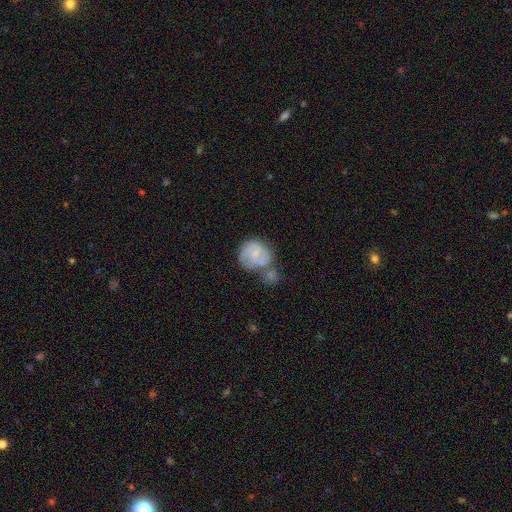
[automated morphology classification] The model was most divided on "merging": merger: 41%, none: 32%, minor disturbance: 17%, major disturbance: 10%. More confident: edge-on disk — no (98%); spiral arms — yes (83%); bulge size — small (63%); smooth or featured — featured or disk (57%); bar — no (55%).